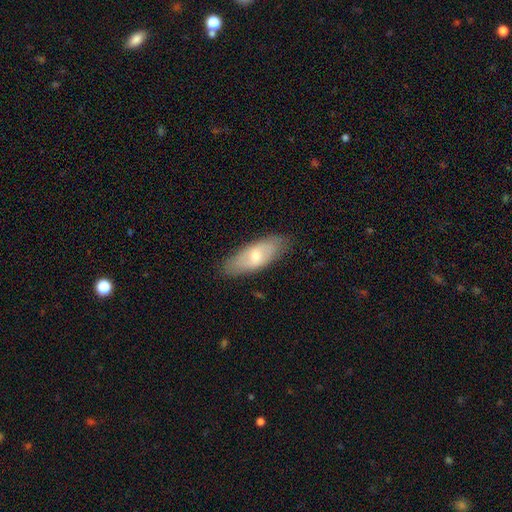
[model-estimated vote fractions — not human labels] The model was most divided on "smooth or featured": smooth: 56%, featured or disk: 38%, star or artifact: 6%. More confident: merging — none (84%); how rounded — in between (74%).